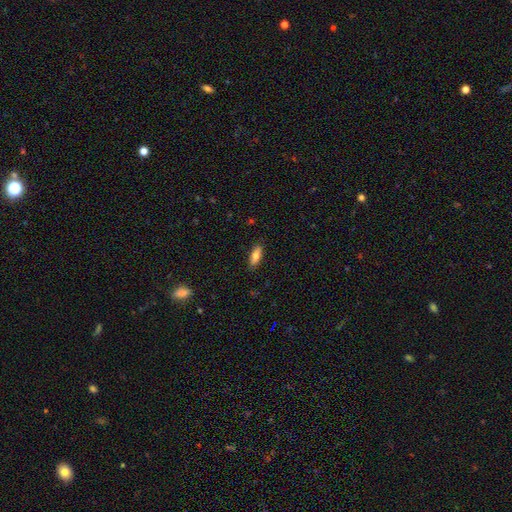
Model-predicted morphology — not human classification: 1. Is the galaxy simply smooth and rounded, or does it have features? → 78% smooth, 15% featured or disk, 7% star or artifact.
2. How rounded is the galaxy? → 63% in between, 35% cigar-shaped, 2% round.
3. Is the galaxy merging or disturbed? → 87% none, 10% minor disturbance, 2% major disturbance, 1% merger.